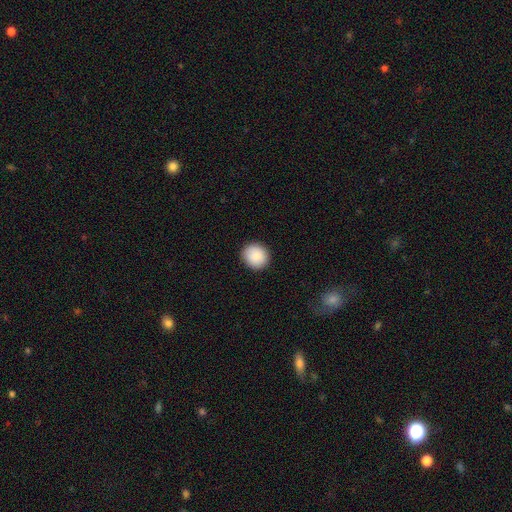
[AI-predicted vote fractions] smooth 88%, star or artifact 7%, featured or disk 5%. Down the decision tree: how rounded — round (88%); merging — none (91%).